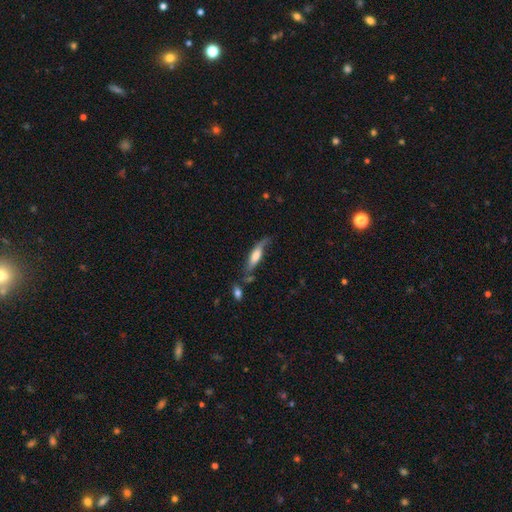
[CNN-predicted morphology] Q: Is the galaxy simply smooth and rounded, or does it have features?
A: smooth — 54%.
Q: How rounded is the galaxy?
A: cigar-shaped — 66%.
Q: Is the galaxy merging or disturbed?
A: none — 51%.